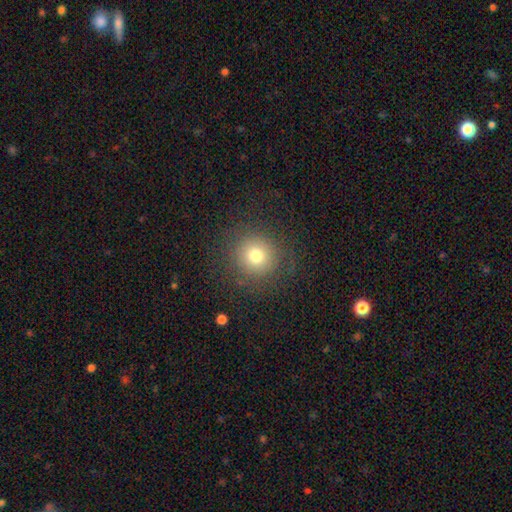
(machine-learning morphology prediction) This is likely a smooth galaxy (76%). How rounded: clearly round (93%). Merging: clearly none (86%).